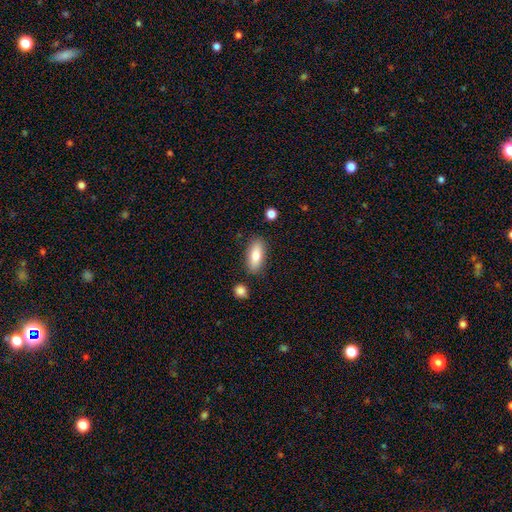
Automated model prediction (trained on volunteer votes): Smooth or featured? Predicted: smooth (p=0.80). How rounded? Predicted: in between (p=0.80). Merging? Predicted: none (p=0.83).